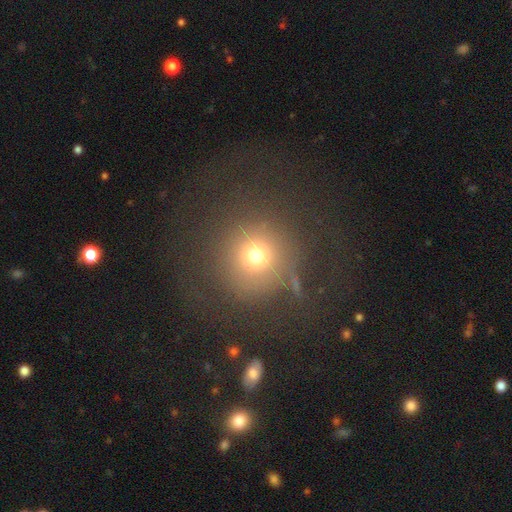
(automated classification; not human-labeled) smooth_or_featured: smooth (p=0.69) [alt: star or artifact p=0.21]
how_rounded: round (p=0.94) [alt: in between p=0.05]
merging: none (p=0.76) [alt: minor disturbance p=0.11]